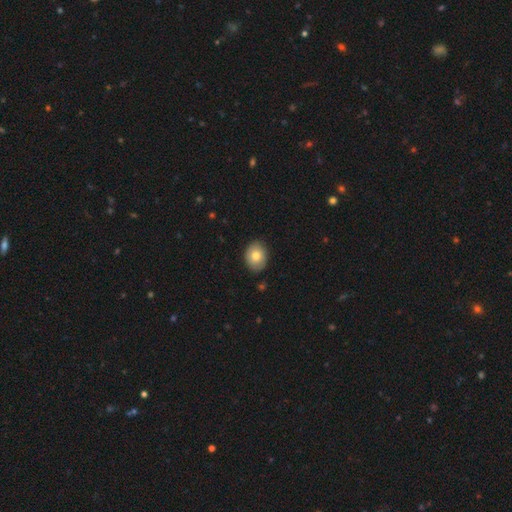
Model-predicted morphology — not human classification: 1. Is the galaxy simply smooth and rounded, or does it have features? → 78% smooth, 15% featured or disk, 8% star or artifact.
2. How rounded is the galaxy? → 60% in between, 39% round, 1% cigar-shaped.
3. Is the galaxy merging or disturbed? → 85% none, 12% minor disturbance, 2% major disturbance, 1% merger.